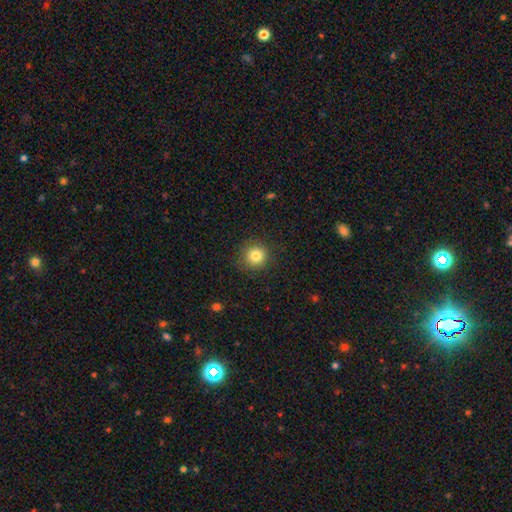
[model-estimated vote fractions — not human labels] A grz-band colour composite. It shows a smooth galaxy with no disk features (83%) that is round (93%). Merging: none (90%).